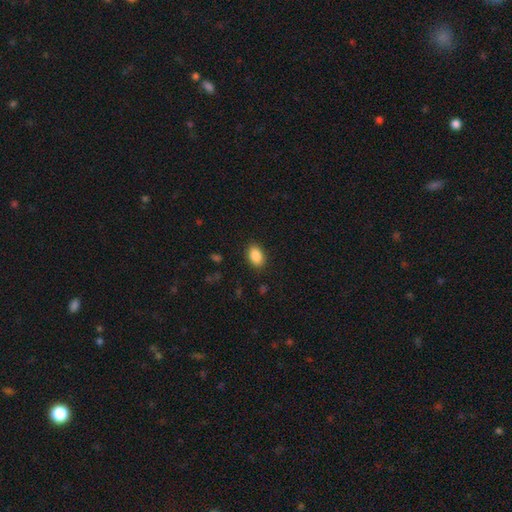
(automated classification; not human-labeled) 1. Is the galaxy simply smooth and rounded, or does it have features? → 88% smooth, 8% star or artifact, 4% featured or disk.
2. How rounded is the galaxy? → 86% in between, 13% round, 1% cigar-shaped.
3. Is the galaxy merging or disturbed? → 88% none, 8% minor disturbance, 2% major disturbance, 1% merger.